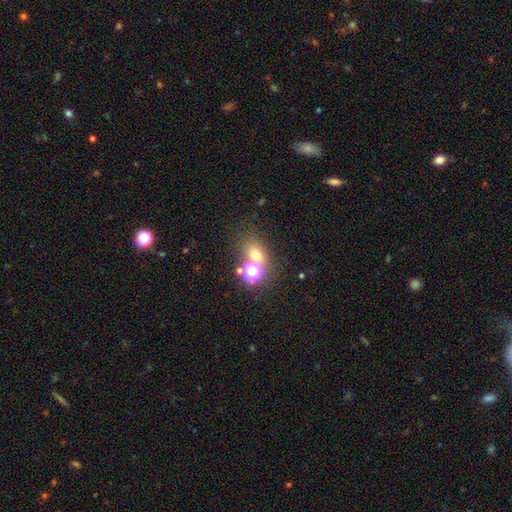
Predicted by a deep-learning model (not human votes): The model was most divided on "how rounded": round: 62%, in between: 37%, cigar-shaped: 1%. More confident: smooth or featured — smooth (61%); merging — none (58%).